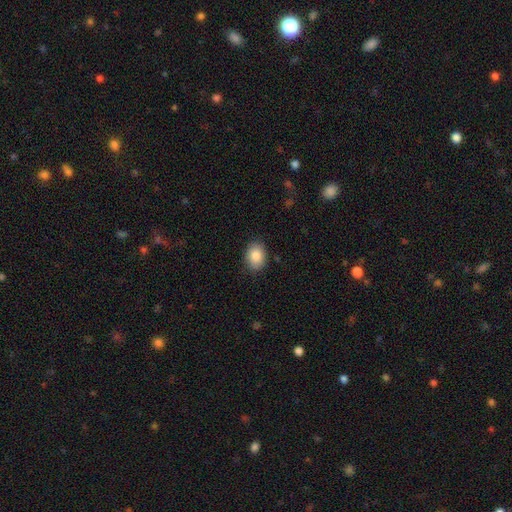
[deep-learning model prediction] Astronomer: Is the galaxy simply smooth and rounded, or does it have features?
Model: smooth — 87%.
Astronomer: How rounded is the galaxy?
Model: in between — 74%.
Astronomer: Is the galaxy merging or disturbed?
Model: none — 86%.